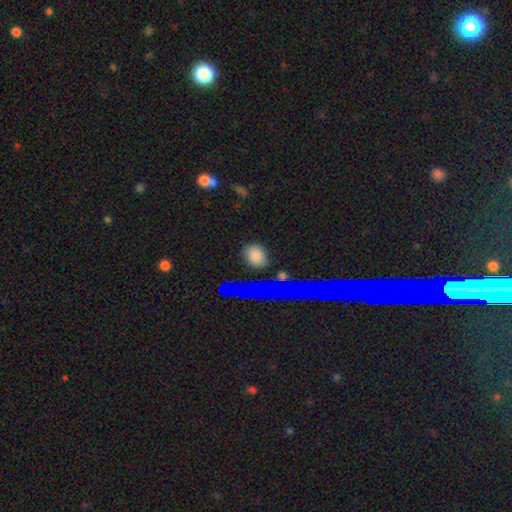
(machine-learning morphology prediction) A smooth galaxy with no disk features (77%) that is round (63%).

Vote fractions:
- Smooth or featured? smooth: 77% / star or artifact: 16% / featured or disk: 7%
- How rounded? round: 63% / in between: 34% / cigar-shaped: 3%
- Merging? none: 85% / minor disturbance: 10% / major disturbance: 3% / merger: 2%